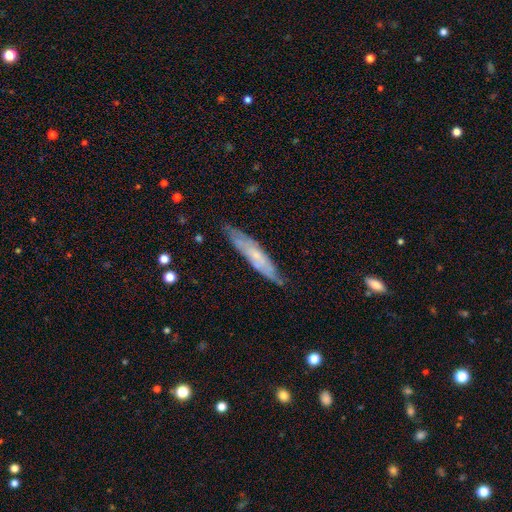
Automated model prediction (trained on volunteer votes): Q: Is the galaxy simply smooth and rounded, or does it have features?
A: featured or disk — 58%.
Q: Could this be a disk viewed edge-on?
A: yes — 55%.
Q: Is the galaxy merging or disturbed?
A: none — 77%.